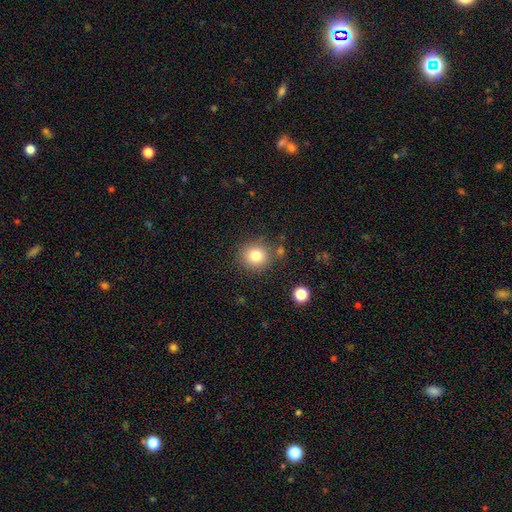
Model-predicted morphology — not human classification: This appears to be a smooth galaxy with no disk features (80%) that is round (87%). Merging: none (80%).